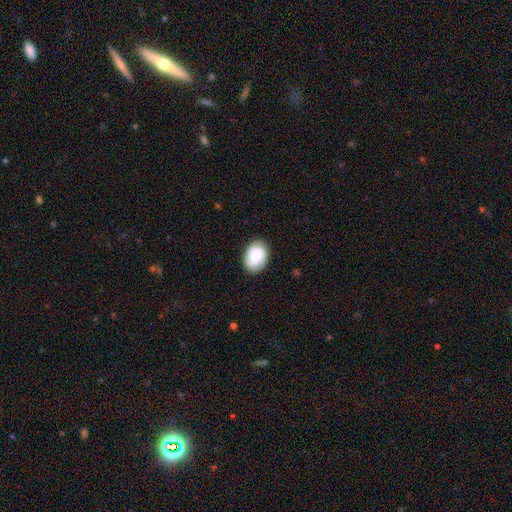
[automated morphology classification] Smooth or featured?
  - smooth: 62% *
  - featured or disk: 30%
  - star or artifact: 8%
How rounded?
  - in between: 73% *
  - round: 26%
  - cigar-shaped: 1%
Merging?
  - none: 82% *
  - minor disturbance: 13%
  - major disturbance: 4%
  - merger: 1%